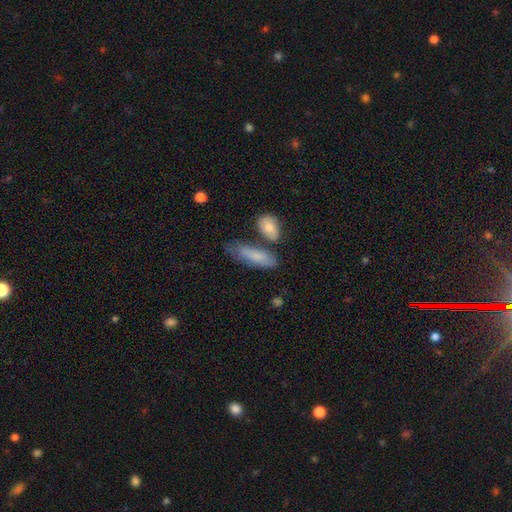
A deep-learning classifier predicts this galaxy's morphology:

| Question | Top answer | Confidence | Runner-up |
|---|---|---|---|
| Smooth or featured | smooth | 75% | featured or disk (19%) |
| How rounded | in between | 54% | cigar-shaped (43%) |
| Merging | none | 53% | minor disturbance (22%) |